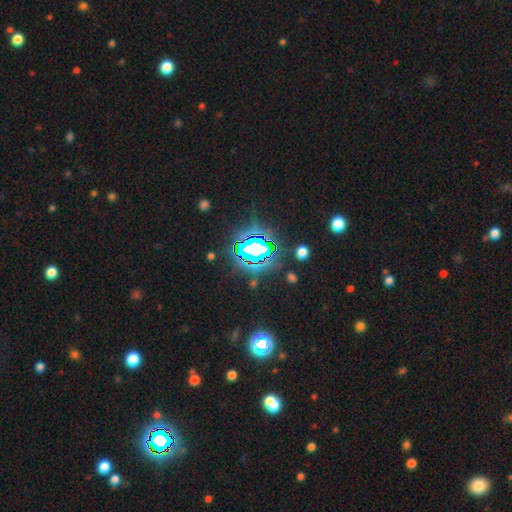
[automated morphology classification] Smooth or featured?
  - star or artifact: 81% *
  - smooth: 11%
  - featured or disk: 8%